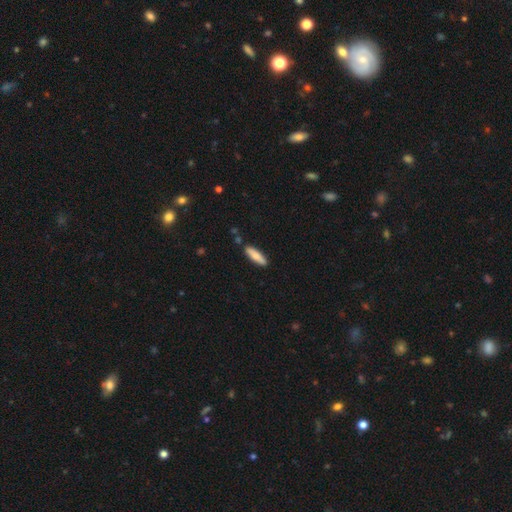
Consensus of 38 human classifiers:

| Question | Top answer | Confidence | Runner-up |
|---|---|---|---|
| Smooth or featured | smooth | 79% | featured or disk (18%) |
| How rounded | cigar-shaped | 77% | in between (23%) |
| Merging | none | 81% | minor disturbance (16%) |